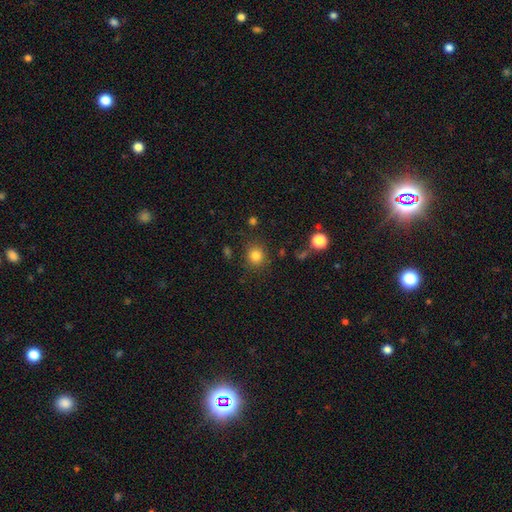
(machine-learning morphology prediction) smooth_or_featured: smooth (p=0.82) [alt: star or artifact p=0.12]
how_rounded: round (p=0.88) [alt: in between p=0.11]
merging: none (p=0.84) [alt: minor disturbance p=0.09]